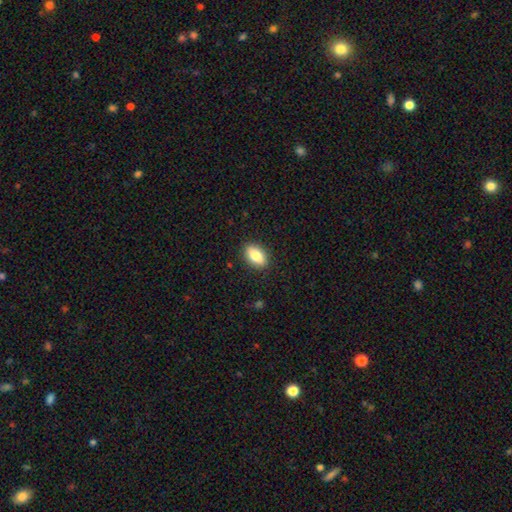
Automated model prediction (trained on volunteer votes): smooth 83%, featured or disk 10%, star or artifact 7%. Down the decision tree: how rounded — in between (89%); merging — none (88%).